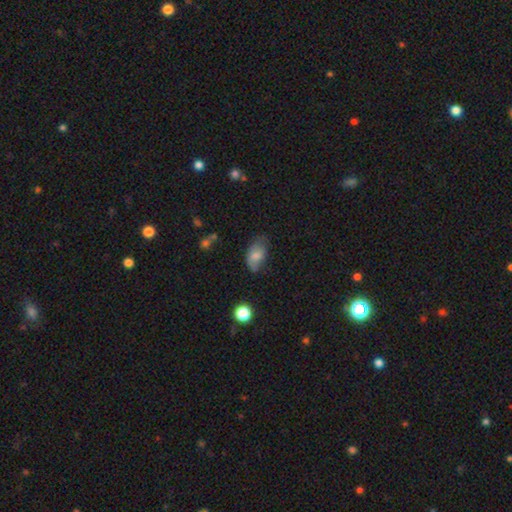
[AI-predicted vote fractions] A smooth galaxy with no disk features (74%) that is in between round and cigar-shaped (90%). Merging: none (47%).